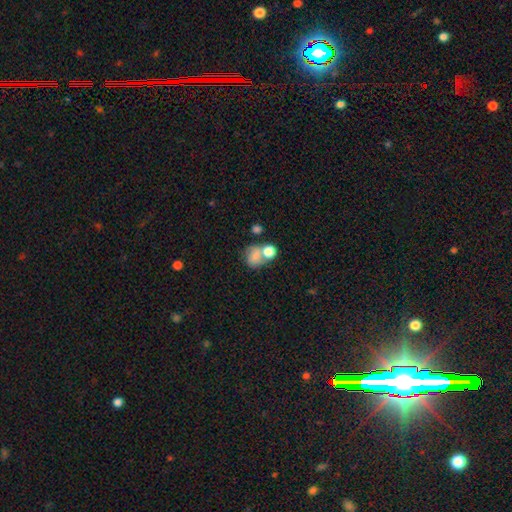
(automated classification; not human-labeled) A smooth galaxy with no disk features (70%) that is round (58%). Merging: merger (44%).